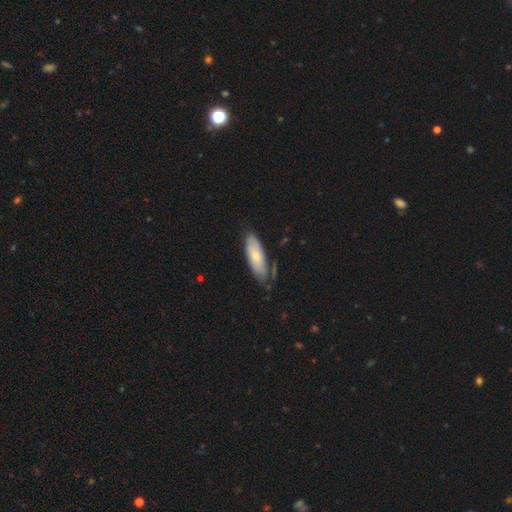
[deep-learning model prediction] Smooth or featured?
  - smooth: 67% *
  - featured or disk: 28%
  - star or artifact: 6%
How rounded?
  - in between: 66% *
  - cigar-shaped: 32%
  - round: 2%
Merging?
  - none: 63% *
  - minor disturbance: 26%
  - major disturbance: 6%
  - merger: 5%